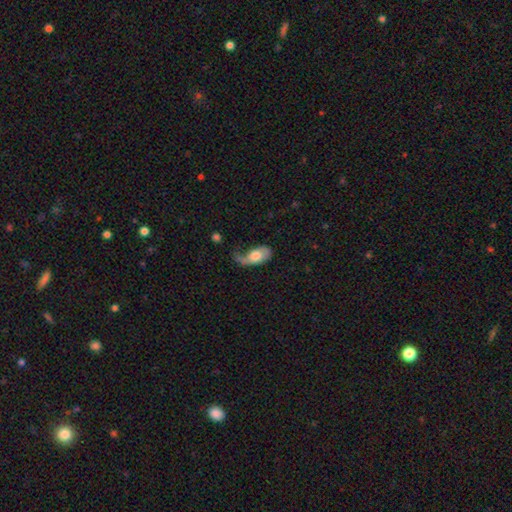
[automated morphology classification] Smooth or featured?
  - smooth: 54% *
  - featured or disk: 40%
  - star or artifact: 6%
How rounded?
  - in between: 88% *
  - round: 8%
  - cigar-shaped: 4%
Merging?
  - major disturbance: 46% *
  - minor disturbance: 25%
  - none: 23%
  - merger: 6%